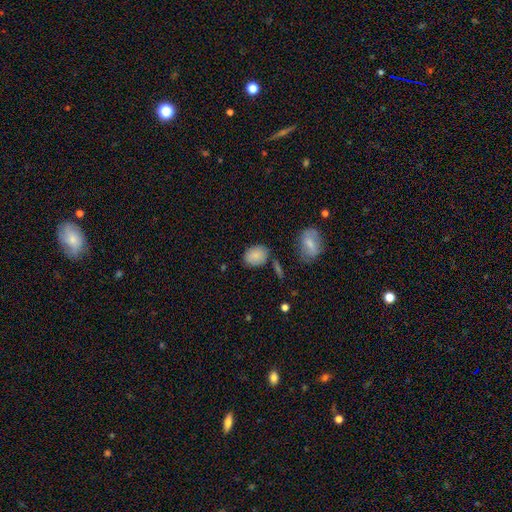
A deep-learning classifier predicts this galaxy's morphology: Q: Smooth or featured?
A: smooth (84%); runner-up: featured or disk (8%)
Q: How rounded?
A: in between (73%); runner-up: round (26%)
Q: Merging?
A: none (72%); runner-up: minor disturbance (17%)